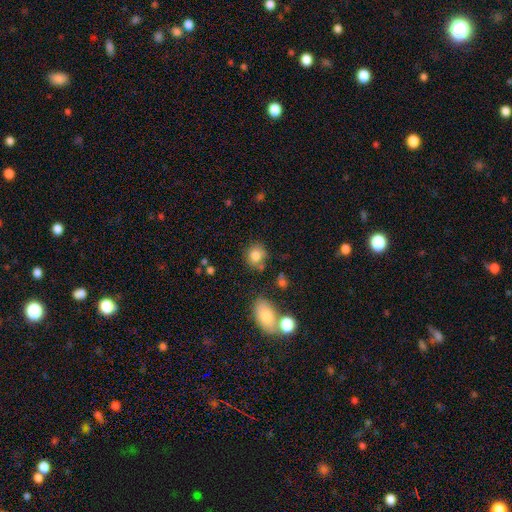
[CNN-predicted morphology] Smooth or featured: smooth — 82% (star or artifact — 10%)
How rounded: round — 76% (in between — 23%)
Merging: none — 74% (minor disturbance — 14%)